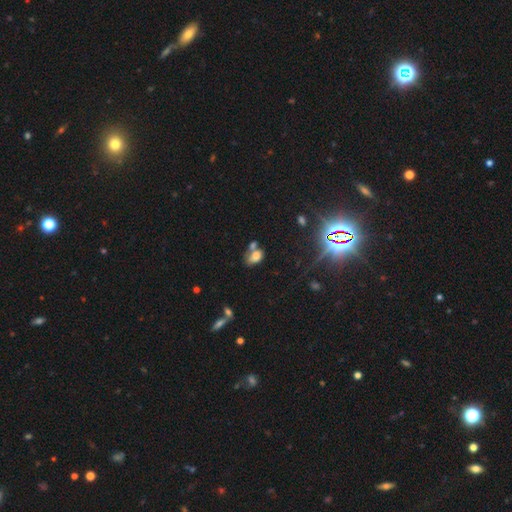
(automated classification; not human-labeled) The model was most divided on "merging": merger: 44%, none: 34%, minor disturbance: 15%, major disturbance: 7%. More confident: how rounded — in between (81%); smooth or featured — smooth (70%).